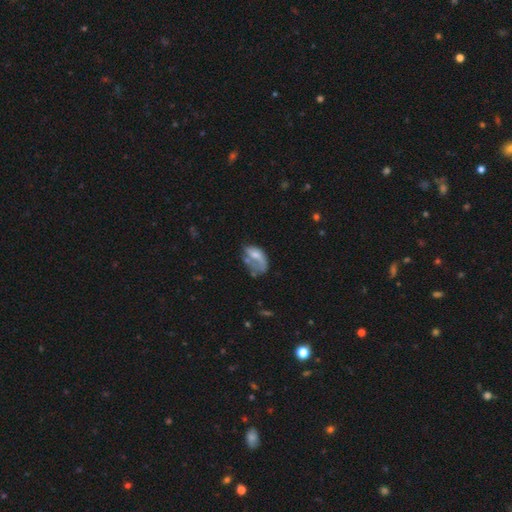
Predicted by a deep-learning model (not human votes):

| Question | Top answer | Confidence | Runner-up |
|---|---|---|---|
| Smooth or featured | smooth | 49% | featured or disk (41%) |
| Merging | major disturbance | 42% | none (23%) |